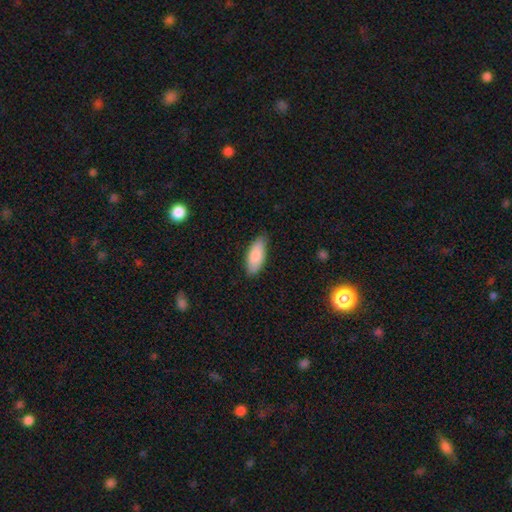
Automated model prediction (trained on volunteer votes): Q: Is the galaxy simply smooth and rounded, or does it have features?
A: smooth — 85%.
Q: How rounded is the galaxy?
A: in between — 82%.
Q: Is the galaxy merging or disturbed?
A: none — 81%.